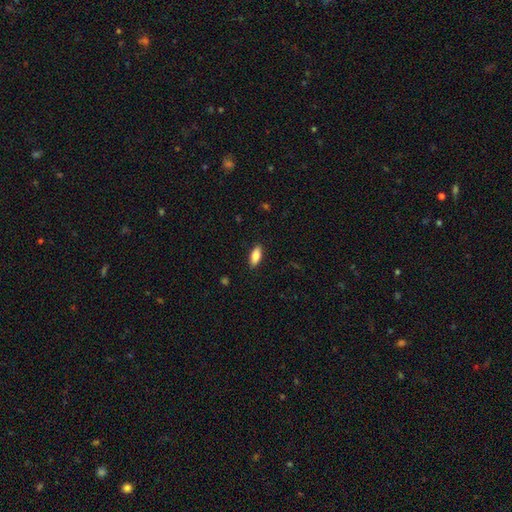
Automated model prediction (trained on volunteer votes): Smooth or featured: smooth — 85% (featured or disk — 9%)
How rounded: in between — 85% (cigar-shaped — 13%)
Merging: none — 89% (minor disturbance — 8%)